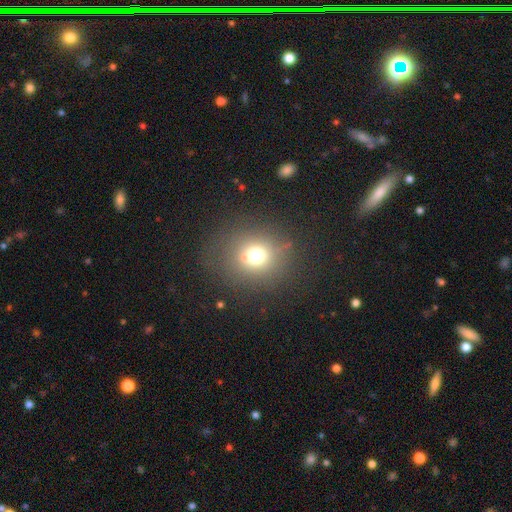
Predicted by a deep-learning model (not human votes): Overall: smooth (67%). How rounded: round (86%). Merging: none (73%).